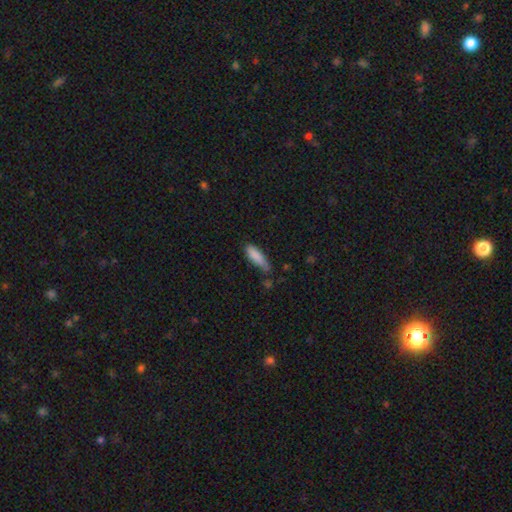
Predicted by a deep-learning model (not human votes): The model was most divided on "how rounded": cigar-shaped: 52%, in between: 47%, round: 2%. Remaining: smooth or featured — smooth (86%); merging — none (49%).